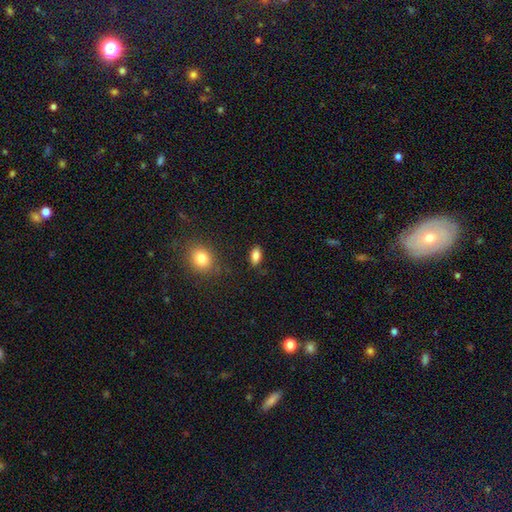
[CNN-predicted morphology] smooth 85%, star or artifact 9%, featured or disk 7%. Down the decision tree: how rounded — in between (89%); merging — none (85%).